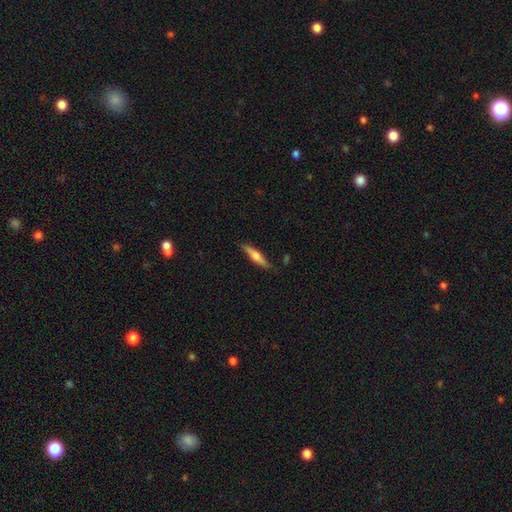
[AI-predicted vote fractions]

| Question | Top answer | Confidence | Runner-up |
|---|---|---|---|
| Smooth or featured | smooth | 49% | featured or disk (45%) |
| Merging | none | 81% | minor disturbance (15%) |